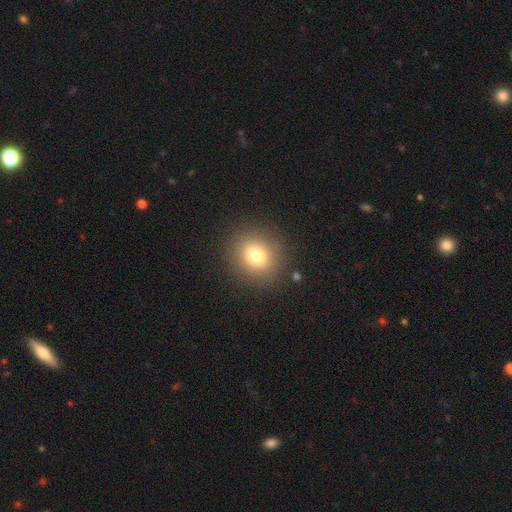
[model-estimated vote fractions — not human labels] smooth-or-featured: smooth: 78% | star or artifact: 13% | featured or disk: 9%
  how-rounded: round: 77% | in between: 22% | cigar-shaped: 1%
  merging: none: 88% | minor disturbance: 8% | major disturbance: 3% | merger: 1%